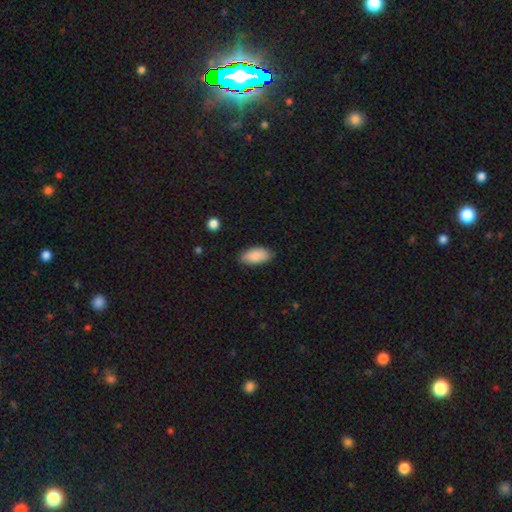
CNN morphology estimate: This is clearly a smooth galaxy (89%). How rounded: clearly in between (92%). Merging: clearly none (81%).